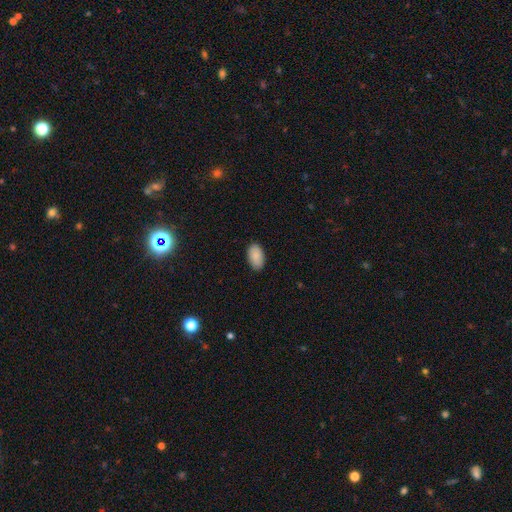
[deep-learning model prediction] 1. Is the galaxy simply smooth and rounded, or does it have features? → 89% smooth, 7% star or artifact, 5% featured or disk.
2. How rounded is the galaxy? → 95% in between, 4% round, 1% cigar-shaped.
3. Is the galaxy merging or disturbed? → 89% none, 8% minor disturbance, 2% major disturbance, 1% merger.